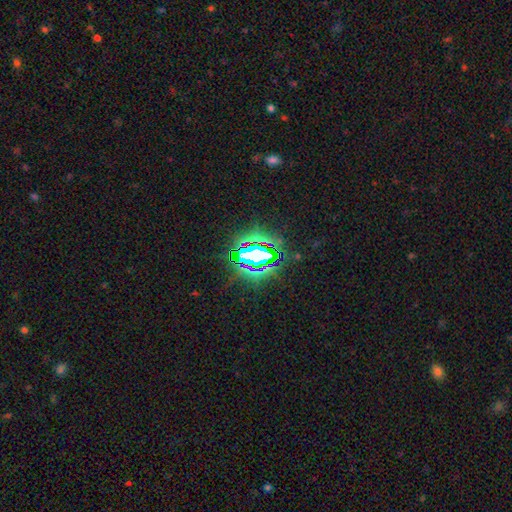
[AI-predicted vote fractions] This appears to be a star or artifact, not a galaxy (75%).